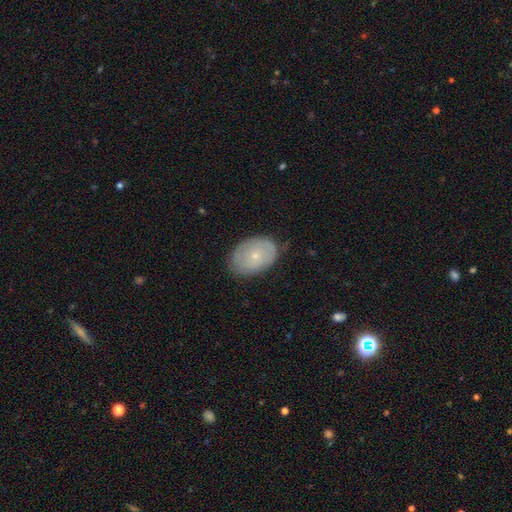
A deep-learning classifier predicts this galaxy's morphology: smooth 50%, featured or disk 42%, star or artifact 7%. Down the decision tree: how rounded — in between (81%); merging — none (77%).